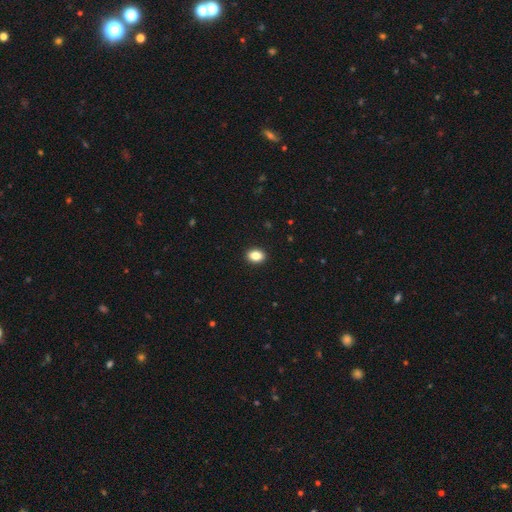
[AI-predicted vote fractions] The model was most divided on "how rounded": in between: 73%, round: 25%, cigar-shaped: 1%. More confident: merging — none (92%); smooth or featured — smooth (86%).